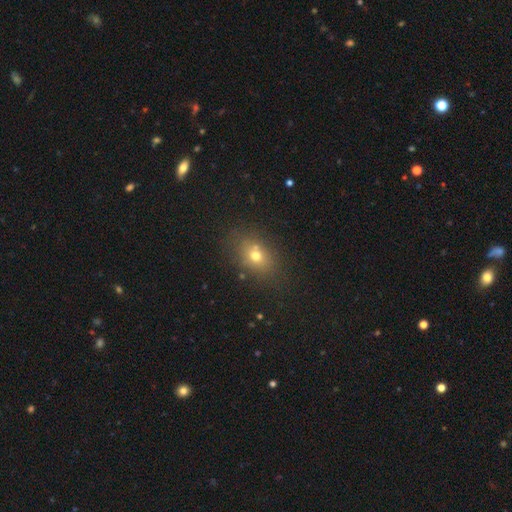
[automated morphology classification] Q: Smooth or featured?
A: smooth (67%); runner-up: star or artifact (17%)
Q: How rounded?
A: in between (62%); runner-up: round (35%)
Q: Merging?
A: none (75%); runner-up: minor disturbance (13%)